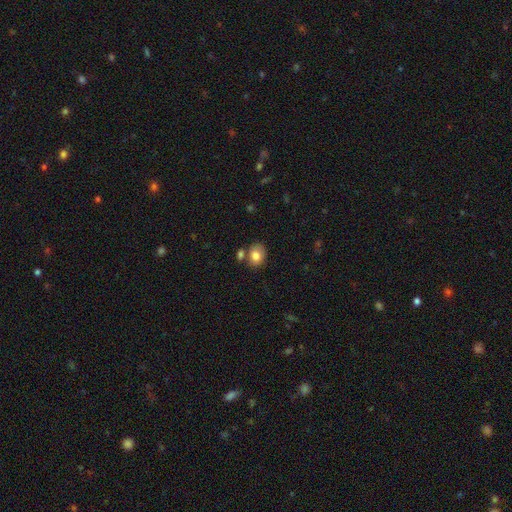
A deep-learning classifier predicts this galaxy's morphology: This is clearly a smooth galaxy (81%). How rounded: possibly in between (57%). Merging: likely none (63%).